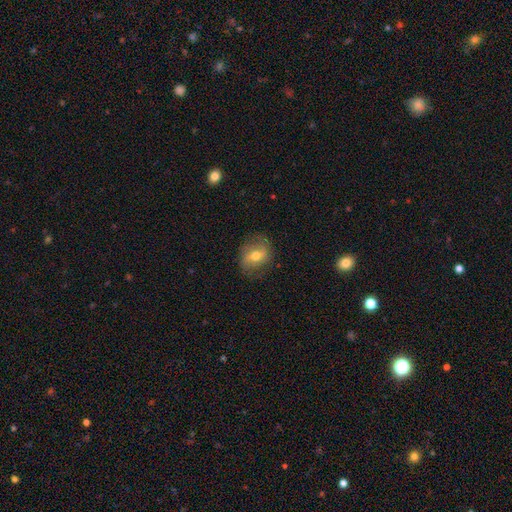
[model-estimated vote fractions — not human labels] smooth_or_featured: featured or disk (p=0.48) [alt: smooth p=0.44]
merging: none (p=0.76) [alt: minor disturbance p=0.17]